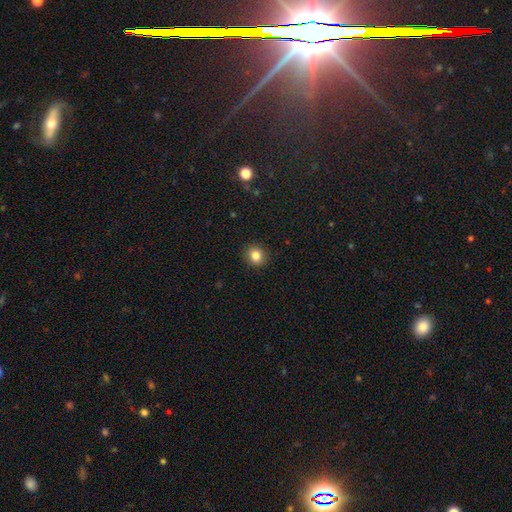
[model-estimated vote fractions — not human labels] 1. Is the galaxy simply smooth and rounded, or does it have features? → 84% smooth, 11% star or artifact, 5% featured or disk.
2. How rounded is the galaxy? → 82% round, 17% in between, 1% cigar-shaped.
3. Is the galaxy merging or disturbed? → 91% none, 6% minor disturbance, 2% major disturbance, 1% merger.